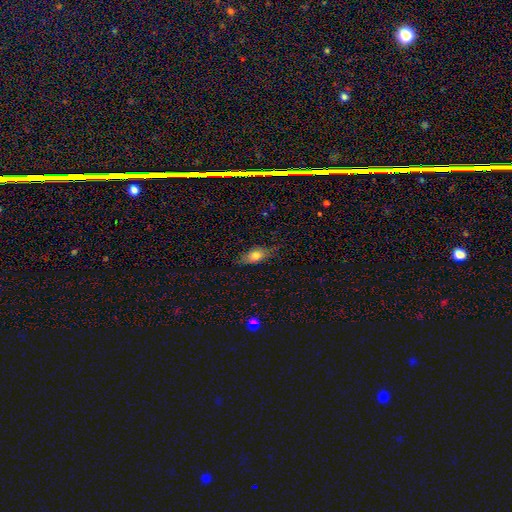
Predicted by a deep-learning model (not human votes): smooth 70%, featured or disk 22%, star or artifact 8%. Down the decision tree: how rounded — in between (76%); merging — none (73%).